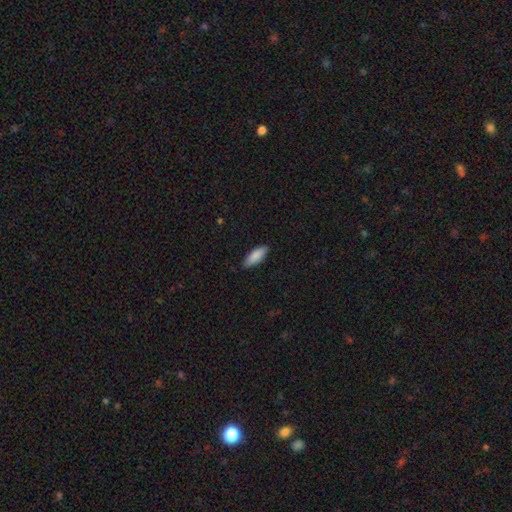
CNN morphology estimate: Smooth or featured: smooth — 87% (featured or disk — 7%)
How rounded: in between — 69% (cigar-shaped — 30%)
Merging: none — 85% (minor disturbance — 12%)